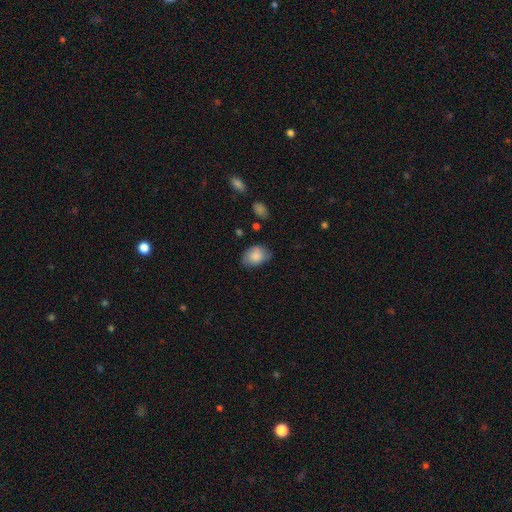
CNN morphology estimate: Smooth or featured? Predicted: smooth (p=0.84). How rounded? Predicted: in between (p=0.76). Merging? Predicted: none (p=0.68).